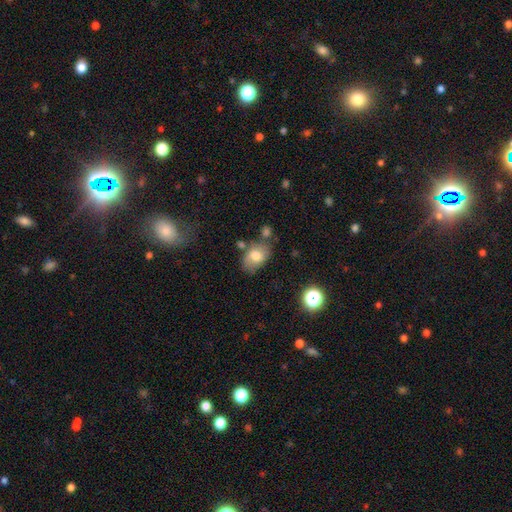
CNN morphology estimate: Smooth or featured?
  - smooth: 71% *
  - featured or disk: 20%
  - star or artifact: 9%
How rounded?
  - in between: 83% *
  - round: 16%
  - cigar-shaped: 1%
Merging?
  - none: 64% *
  - minor disturbance: 20%
  - merger: 11%
  - major disturbance: 6%